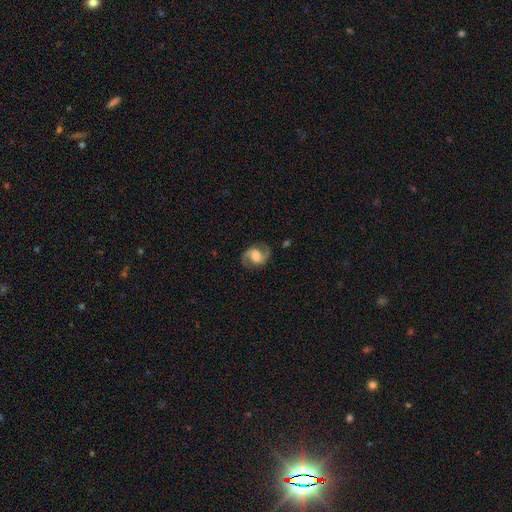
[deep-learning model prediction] Overall: featured or disk (85%). Edge-on disk: no (98%). Bar: weak (45%; no 42%). Spiral arms: yes (96%). Spiral arm count: 2 (94%). Spiral winding: medium (56%; loose 30%). Bulge size: moderate (53%; large 23%). Merging: none (84%).